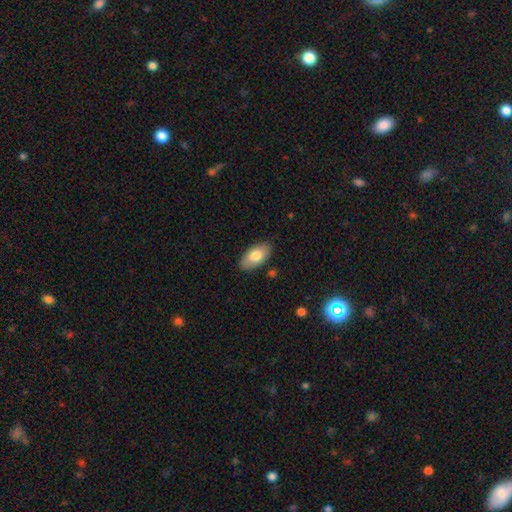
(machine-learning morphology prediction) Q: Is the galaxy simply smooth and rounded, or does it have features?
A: smooth — 77%.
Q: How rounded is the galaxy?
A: in between — 94%.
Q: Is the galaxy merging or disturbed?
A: none — 85%.